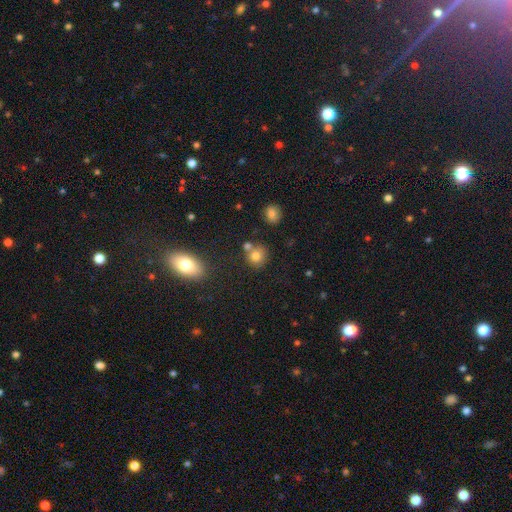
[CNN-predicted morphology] smooth 78%, star or artifact 13%, featured or disk 9%. Down the decision tree: how rounded — round (82%); merging — none (65%).